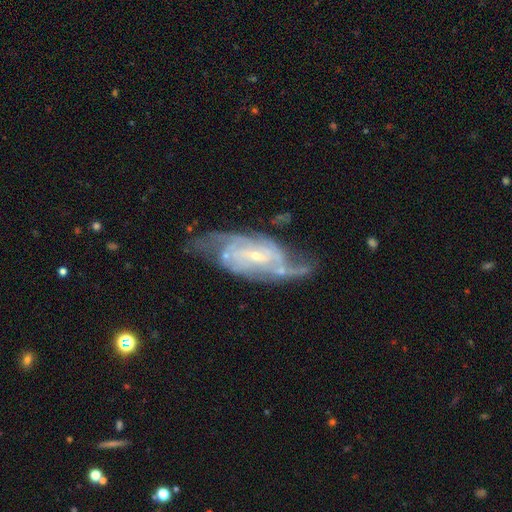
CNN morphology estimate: Smooth or featured? featured or disk (87%)
Edge-on disk? no (93%)
Bar? weak (46%)
Spiral arms? yes (94%)
Spiral winding? medium (45%)
Spiral arm count? 2 (50%)
Bulge size? small (75%)
Merging? none (58%)